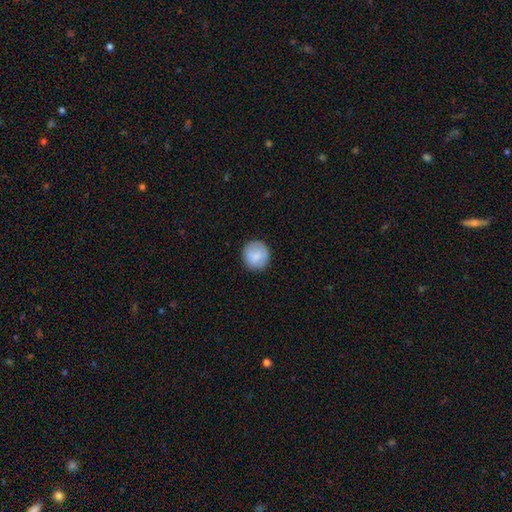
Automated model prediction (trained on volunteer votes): smooth_or_featured: smooth (p=0.85) [alt: featured or disk p=0.09]
how_rounded: round (p=0.93) [alt: in between p=0.06]
merging: none (p=0.88) [alt: minor disturbance p=0.09]